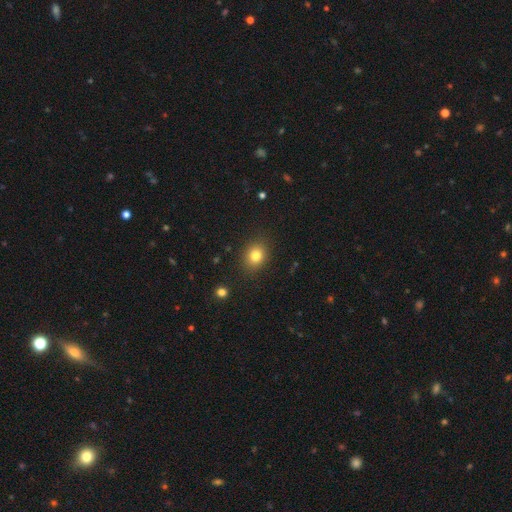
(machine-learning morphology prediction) The model was most divided on "how rounded": round: 60%, in between: 39%, cigar-shaped: 1%. More confident: merging — none (87%); smooth or featured — smooth (80%).